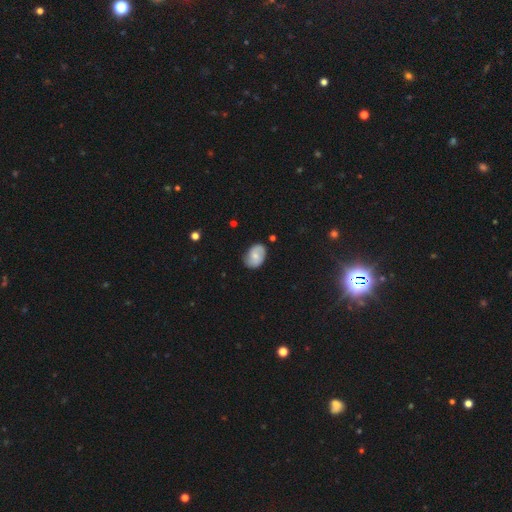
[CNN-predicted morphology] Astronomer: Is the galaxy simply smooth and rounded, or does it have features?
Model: smooth — 53% (runner-up: featured or disk, 39%).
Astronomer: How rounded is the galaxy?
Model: in between — 78%.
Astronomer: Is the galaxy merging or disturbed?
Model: none — 74%.